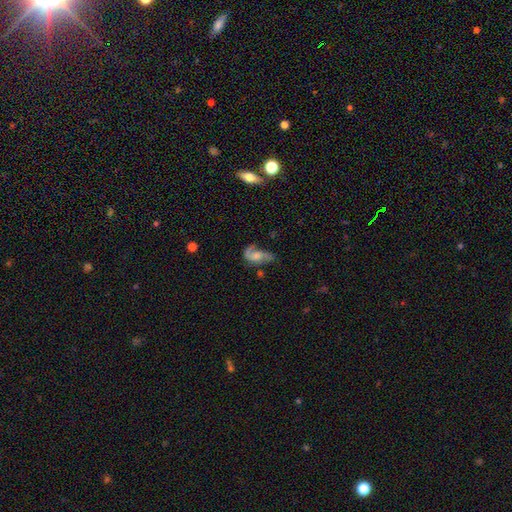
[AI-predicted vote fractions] Q: Smooth or featured?
A: featured or disk (64%); runner-up: smooth (28%)
Q: Edge-on disk?
A: no (96%); runner-up: yes (4%)
Q: Bar?
A: no (61%); runner-up: weak (32%)
Q: Spiral arms?
A: yes (86%); runner-up: no (14%)
Q: Spiral winding?
A: loose (49%); runner-up: medium (38%)
Q: Spiral arm count?
A: 2 (66%); runner-up: 1 (24%)
Q: Bulge size?
A: moderate (29%); tied with: none (29%)
Q: Merging?
A: none (38%); runner-up: major disturbance (31%)